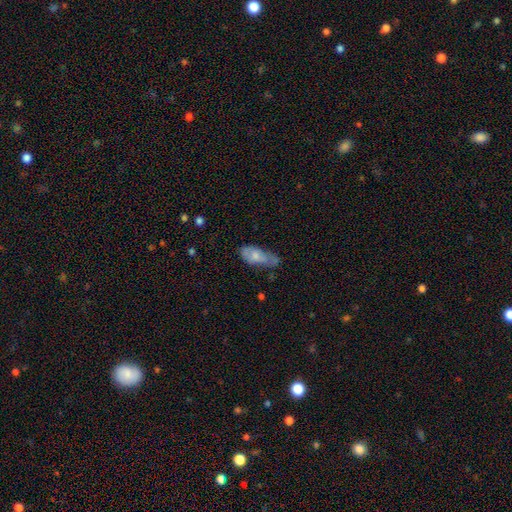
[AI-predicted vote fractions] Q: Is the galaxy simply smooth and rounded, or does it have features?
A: smooth — 66%.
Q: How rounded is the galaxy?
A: in between — 81%.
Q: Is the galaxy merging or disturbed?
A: minor disturbance — 40%.